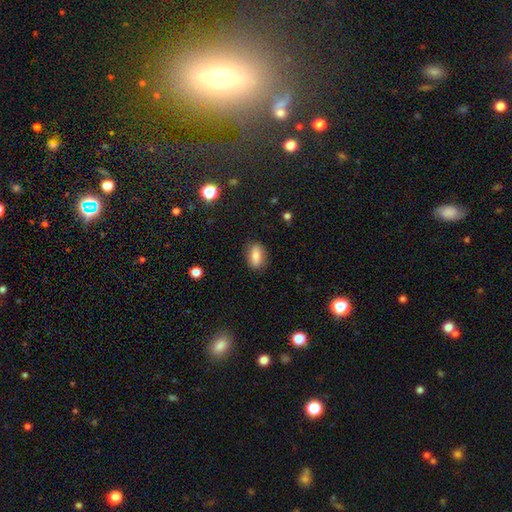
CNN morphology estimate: A smooth galaxy with no disk features (79%) that is in between round and cigar-shaped (85%). Merging: none (84%).